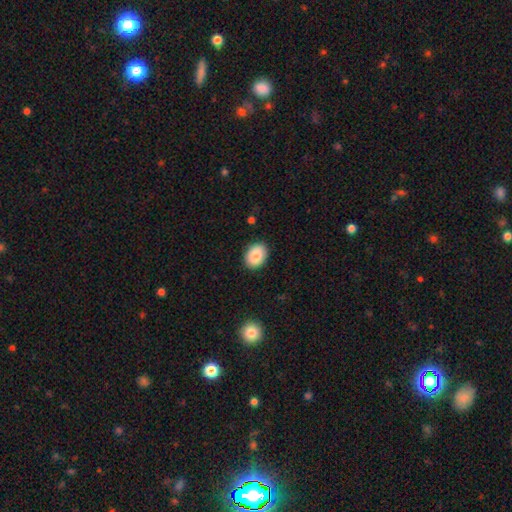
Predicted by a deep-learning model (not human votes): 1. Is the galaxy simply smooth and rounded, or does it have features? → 86% smooth, 7% star or artifact, 7% featured or disk.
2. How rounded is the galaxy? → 69% in between, 31% round, 1% cigar-shaped.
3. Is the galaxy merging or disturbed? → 89% none, 8% minor disturbance, 2% major disturbance, 1% merger.